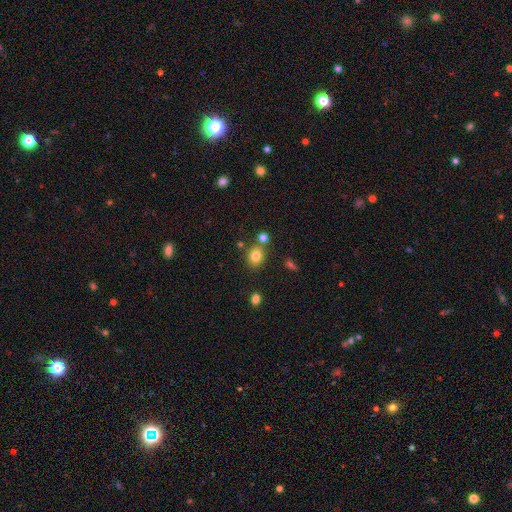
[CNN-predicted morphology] Smooth or featured? Predicted: smooth (p=0.80). How rounded? Predicted: round (p=0.57). Merging? Predicted: none (p=0.73).